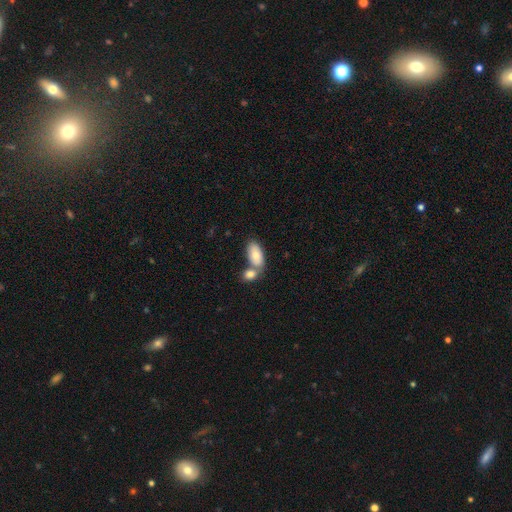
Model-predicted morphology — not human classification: Smooth or featured: smooth — 81% (featured or disk — 13%)
How rounded: in between — 93% (cigar-shaped — 4%)
Merging: merger — 48% (none — 38%)